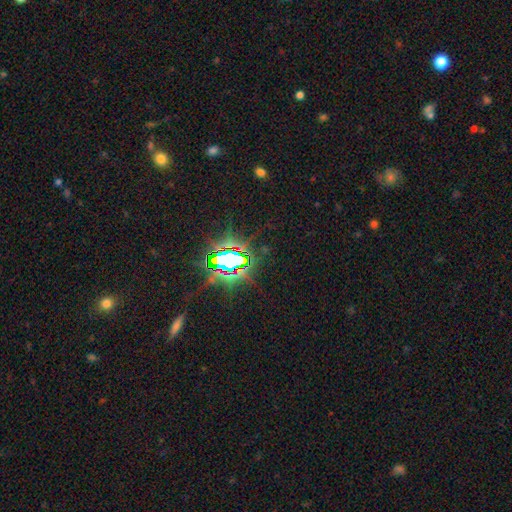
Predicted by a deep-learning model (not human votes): Smooth or featured? Predicted: star or artifact (p=0.81).